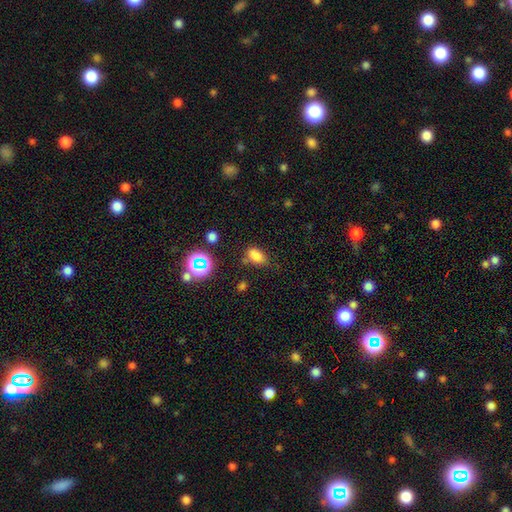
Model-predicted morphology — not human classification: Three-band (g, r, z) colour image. It shows a smooth galaxy with no disk features (76%) that is in between round and cigar-shaped (85%). Merging: none (69%).